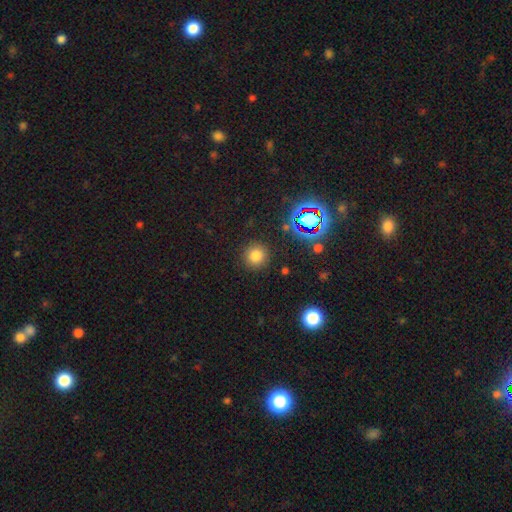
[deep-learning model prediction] smooth-or-featured: smooth: 76% | star or artifact: 18% | featured or disk: 6%
  how-rounded: round: 93% | in between: 6% | cigar-shaped: 1%
  merging: none: 89% | minor disturbance: 7% | major disturbance: 3% | merger: 2%